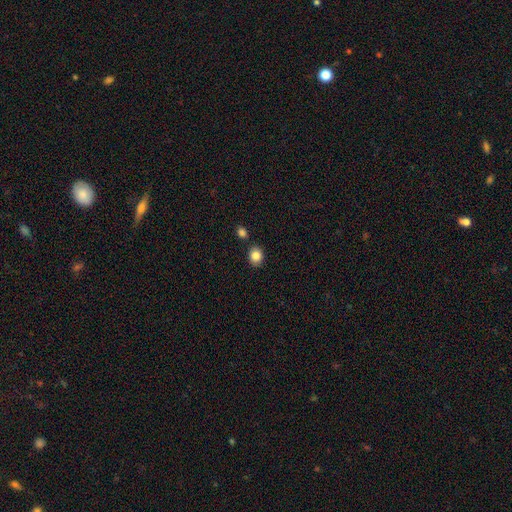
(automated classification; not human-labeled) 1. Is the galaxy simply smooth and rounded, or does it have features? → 85% smooth, 9% star or artifact, 5% featured or disk.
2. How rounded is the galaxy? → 54% round, 45% in between, 1% cigar-shaped.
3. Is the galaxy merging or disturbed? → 82% none, 10% minor disturbance, 6% merger, 2% major disturbance.